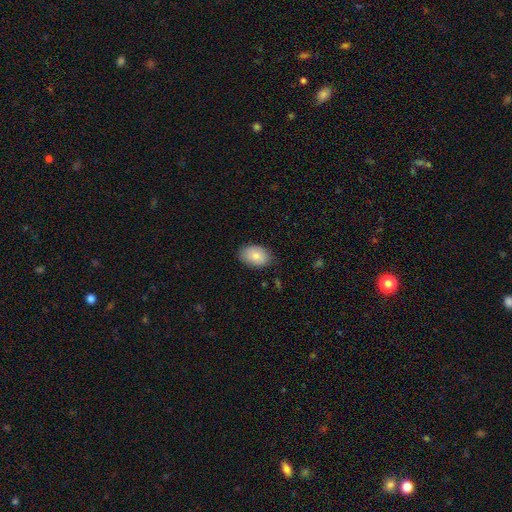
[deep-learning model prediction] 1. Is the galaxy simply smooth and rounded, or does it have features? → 82% smooth, 11% featured or disk, 7% star or artifact.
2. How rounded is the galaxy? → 87% in between, 12% round, 1% cigar-shaped.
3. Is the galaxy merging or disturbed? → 82% none, 14% minor disturbance, 3% major disturbance, 1% merger.